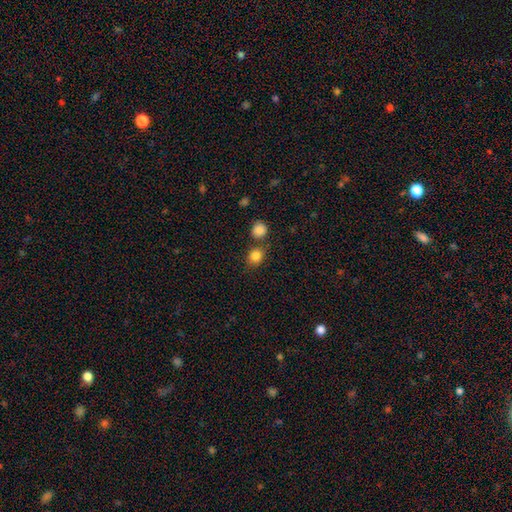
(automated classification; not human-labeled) smooth-or-featured: smooth: 84% | star or artifact: 11% | featured or disk: 6%
  how-rounded: round: 65% | in between: 34% | cigar-shaped: 1%
  merging: none: 65% | merger: 19% | minor disturbance: 12% | major disturbance: 4%